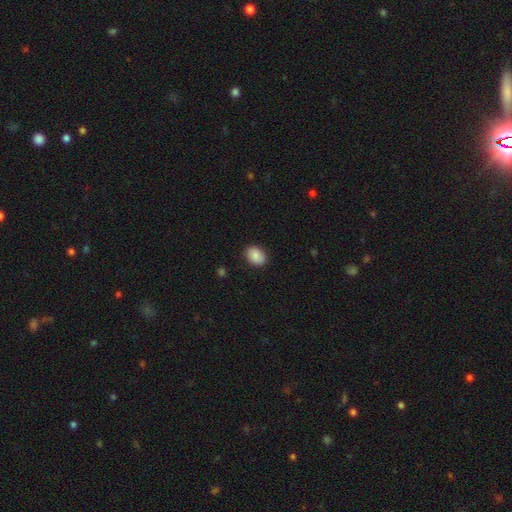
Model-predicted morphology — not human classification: The model was most divided on "how rounded": in between: 77%, round: 22%, cigar-shaped: 1%. More confident: merging — none (88%); smooth or featured — smooth (88%).